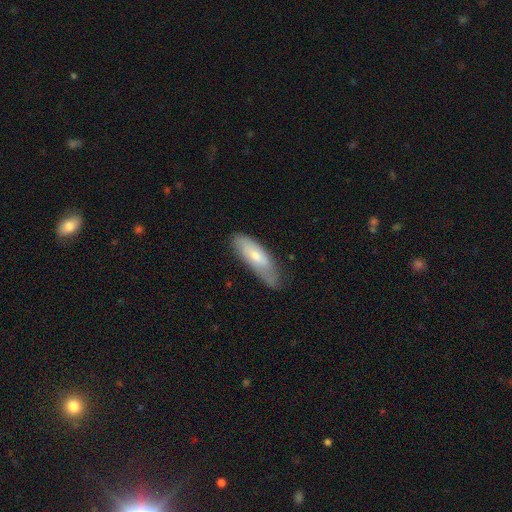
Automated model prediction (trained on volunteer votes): smooth 65%, featured or disk 29%, star or artifact 6%. Down the decision tree: how rounded — in between (57%); merging — none (55%).